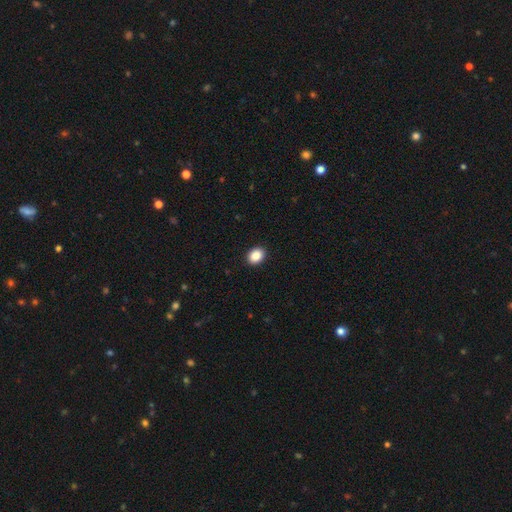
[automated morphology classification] smooth-or-featured: smooth: 88% | star or artifact: 9% | featured or disk: 3%
  how-rounded: in between: 57% | round: 42% | cigar-shaped: 1%
  merging: none: 91% | minor disturbance: 6% | major disturbance: 2% | merger: 1%